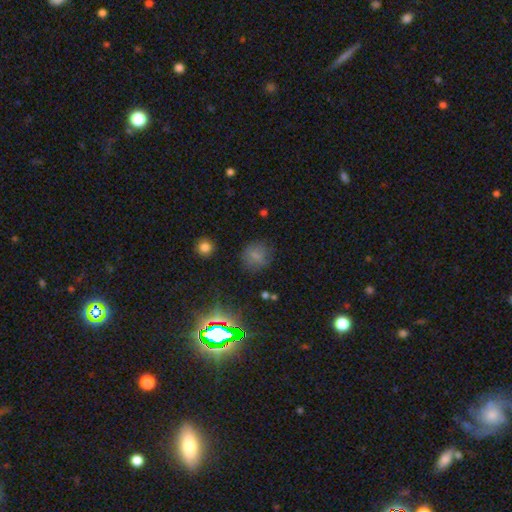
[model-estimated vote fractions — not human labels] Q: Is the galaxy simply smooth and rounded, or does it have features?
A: smooth — 69%.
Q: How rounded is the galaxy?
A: round — 81%.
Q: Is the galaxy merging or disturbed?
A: none — 74%.